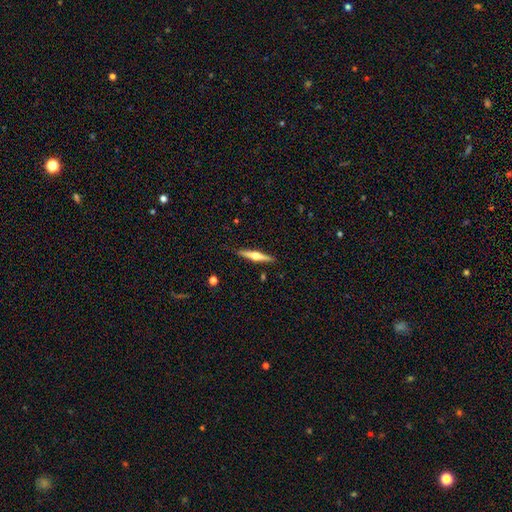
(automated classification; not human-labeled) This appears to be a featured or disk galaxy (65%) viewed edge-on (98%) with a rounded central bulge (91%). Merging: none (88%).